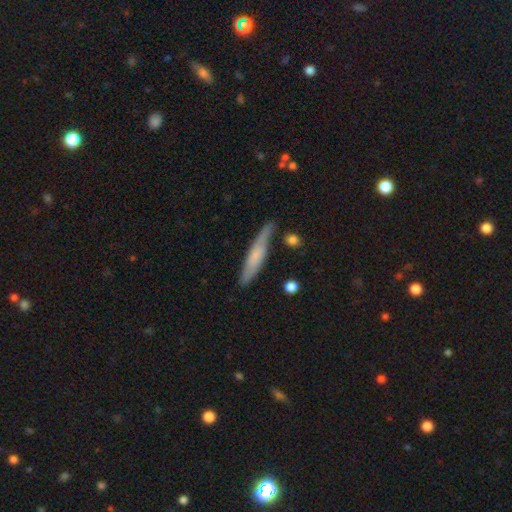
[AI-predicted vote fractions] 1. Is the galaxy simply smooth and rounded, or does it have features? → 54% smooth, 40% featured or disk, 6% star or artifact.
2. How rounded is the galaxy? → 88% cigar-shaped, 11% in between, 2% round.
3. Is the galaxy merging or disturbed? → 74% none, 18% minor disturbance, 4% merger, 4% major disturbance.